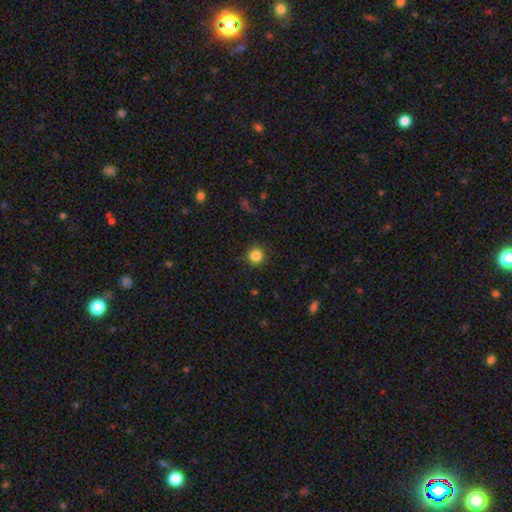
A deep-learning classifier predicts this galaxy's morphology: Q: Smooth or featured?
A: smooth (84%); runner-up: star or artifact (11%)
Q: How rounded?
A: round (95%); runner-up: in between (4%)
Q: Merging?
A: none (90%); runner-up: minor disturbance (7%)